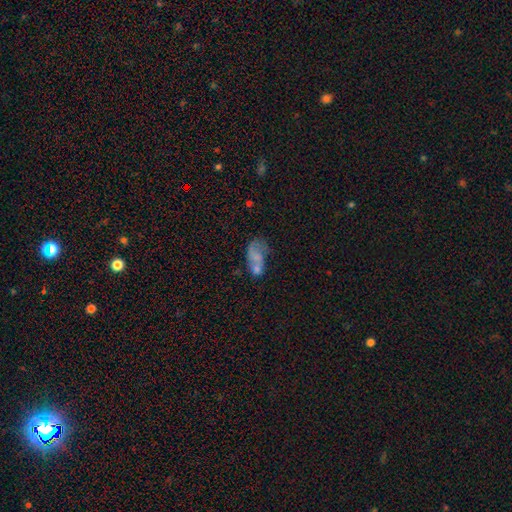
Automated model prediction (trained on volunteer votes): This appears to be a smooth galaxy with no disk features (52%) that is in between round and cigar-shaped (88%). Merging: merger (35%).